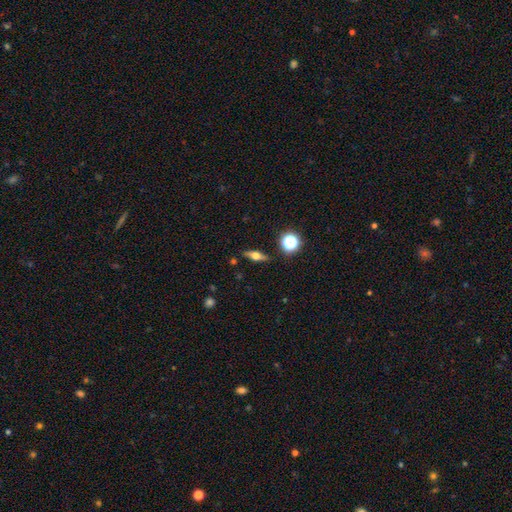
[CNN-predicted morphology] The model was most divided on "smooth or featured": featured or disk: 47%, smooth: 42%, star or artifact: 11%. More confident: merging — none (87%).